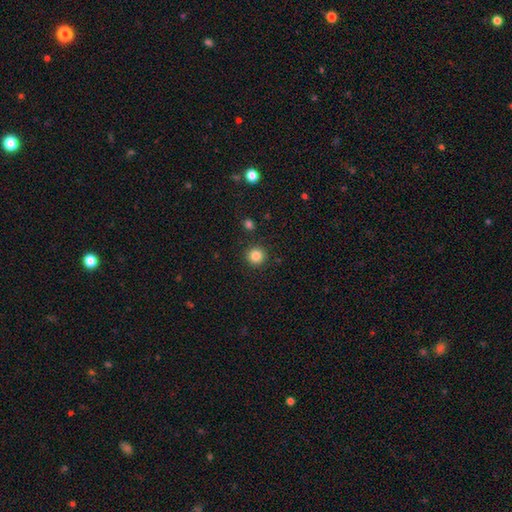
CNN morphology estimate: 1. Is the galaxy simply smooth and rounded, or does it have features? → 85% smooth, 11% star or artifact, 4% featured or disk.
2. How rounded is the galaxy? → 95% round, 4% in between, 1% cigar-shaped.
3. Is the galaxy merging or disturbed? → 91% none, 5% minor disturbance, 2% major disturbance, 2% merger.